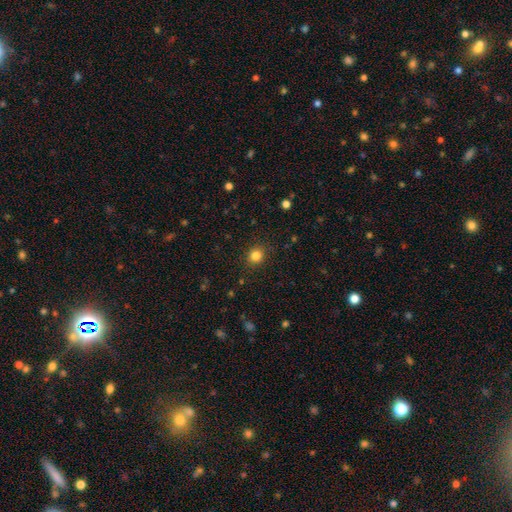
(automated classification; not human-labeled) Smooth or featured: smooth — 83% (star or artifact — 13%)
How rounded: round — 85% (in between — 14%)
Merging: none — 89% (minor disturbance — 7%)